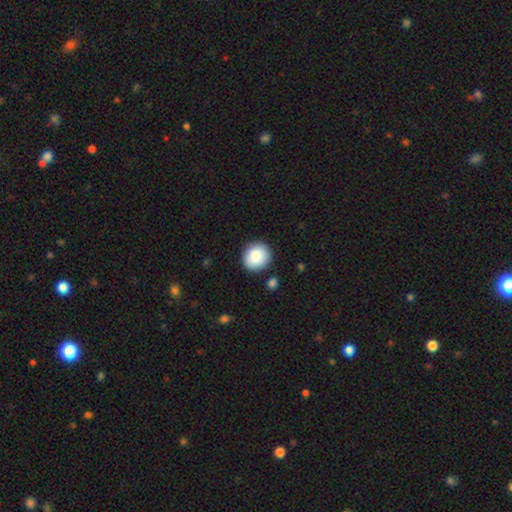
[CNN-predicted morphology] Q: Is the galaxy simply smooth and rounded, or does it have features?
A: smooth — 86%.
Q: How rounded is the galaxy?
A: round — 88%.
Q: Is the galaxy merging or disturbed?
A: none — 87%.